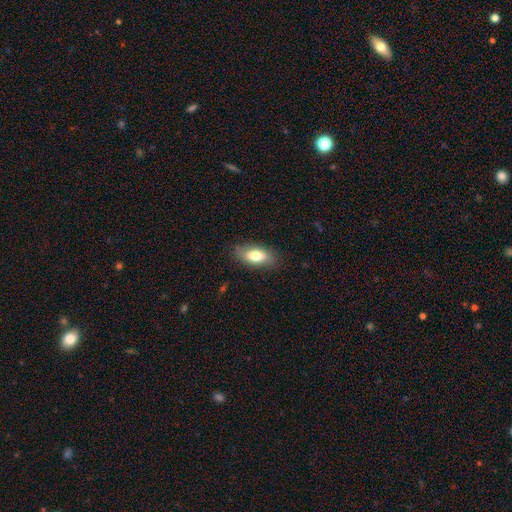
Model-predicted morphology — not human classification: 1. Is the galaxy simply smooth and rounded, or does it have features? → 75% smooth, 18% featured or disk, 7% star or artifact.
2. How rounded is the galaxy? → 86% in between, 9% cigar-shaped, 4% round.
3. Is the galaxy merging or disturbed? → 83% none, 13% minor disturbance, 3% major disturbance, 1% merger.